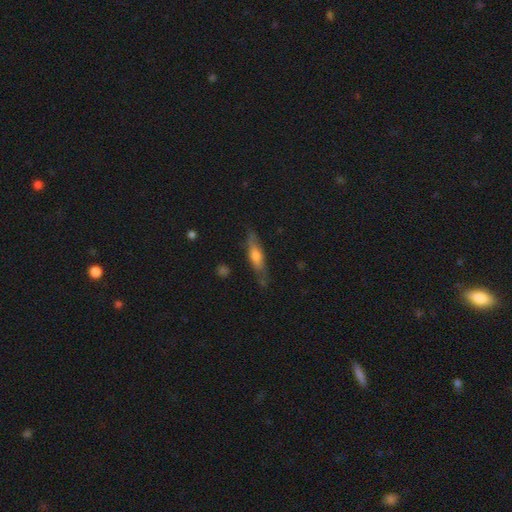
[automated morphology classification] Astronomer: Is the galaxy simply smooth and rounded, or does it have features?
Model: smooth — 50% (runner-up: featured or disk, 43%).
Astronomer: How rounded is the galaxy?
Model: cigar-shaped — 69%.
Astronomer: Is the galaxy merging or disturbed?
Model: none — 73%.